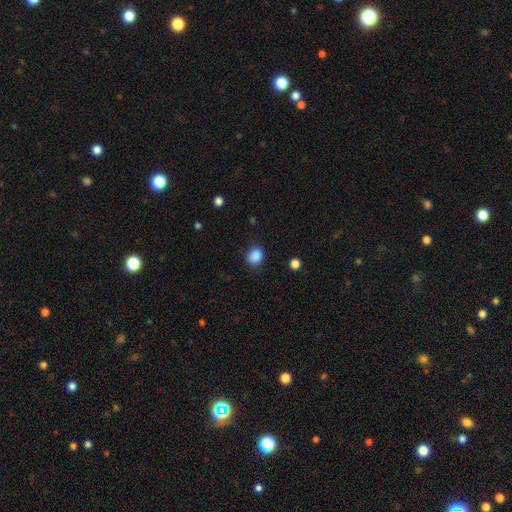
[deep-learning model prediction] This appears to be a smooth galaxy with no disk features (87%) that is round (64%). Merging: none (83%).